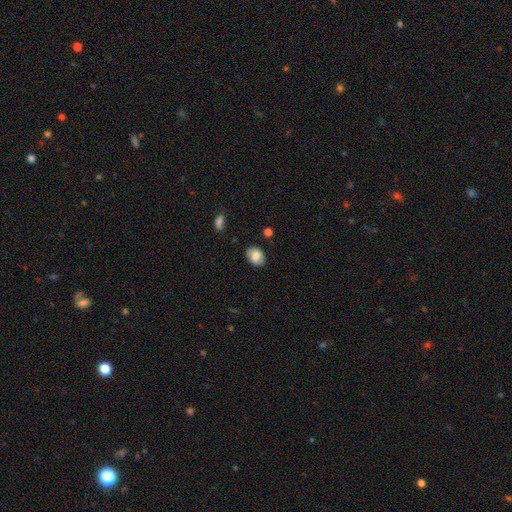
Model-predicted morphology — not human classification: smooth-or-featured: smooth: 77% | featured or disk: 15% | star or artifact: 8%
  how-rounded: in between: 67% | round: 32% | cigar-shaped: 1%
  merging: none: 80% | minor disturbance: 15% | major disturbance: 3% | merger: 2%